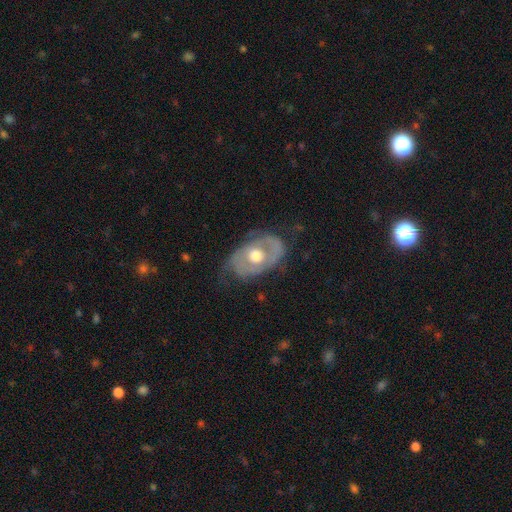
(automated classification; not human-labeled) Morphology: type=featured or disk (67%); edge-on=no (93%); bar=no (82%); spiral arms=no (53%); bulge=moderate (73%); merging=none (54%).